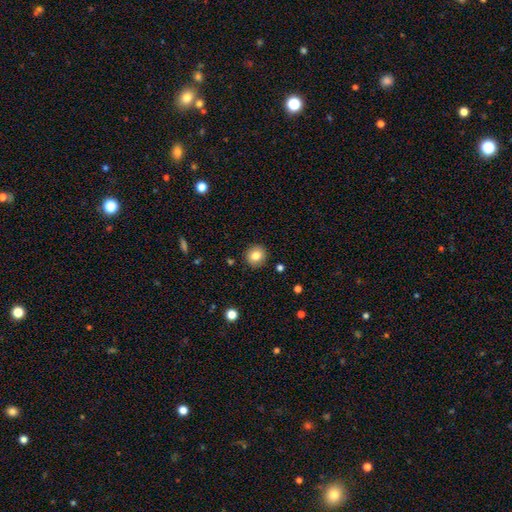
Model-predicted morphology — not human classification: This appears to be a smooth galaxy with no disk features (83%) that is round (92%). Merging: none (91%).